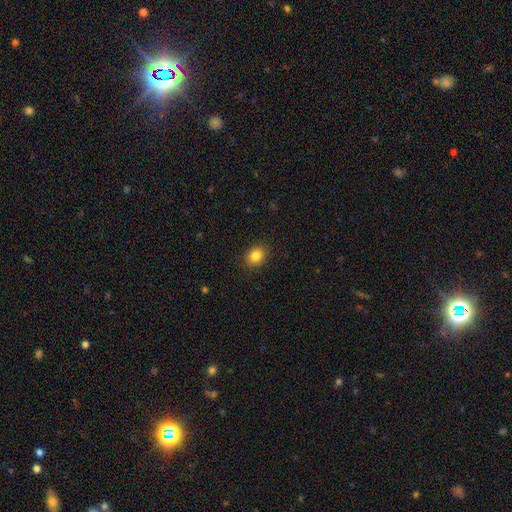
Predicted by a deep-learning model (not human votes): The model was most divided on "how rounded": round: 55%, in between: 44%, cigar-shaped: 1%. More confident: merging — none (89%); smooth or featured — smooth (84%).